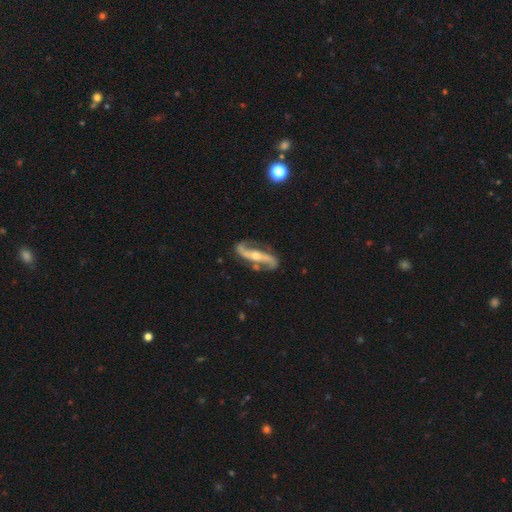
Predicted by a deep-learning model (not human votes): This is clearly a featured or disk galaxy (90%). It is clearly not viewed edge-on (90%). Bar: marginally strong (42%). Spiral arm pattern: clearly yes (96%). Spiral arm count: clearly 2 (93%). Spiral winding: likely loose (60%). Central bulge: possibly moderate (55%). Merging: likely none (77%).